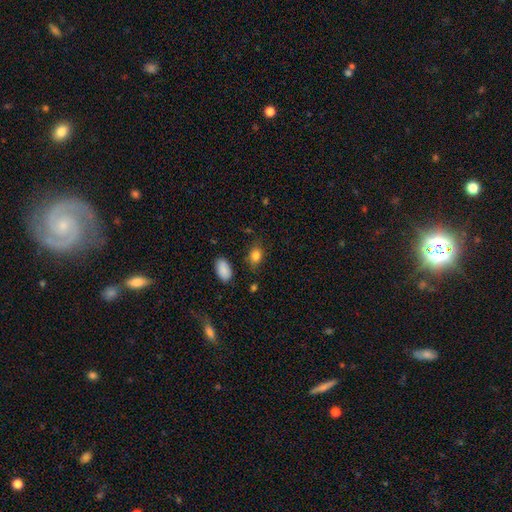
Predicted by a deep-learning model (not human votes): This is clearly a smooth galaxy (84%). How rounded: likely in between (75%). Merging: likely none (78%).